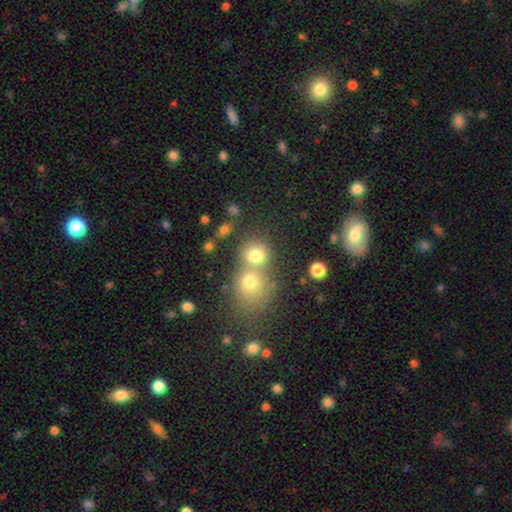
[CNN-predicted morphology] This is likely a smooth galaxy (75%). How rounded: likely round (78%). Merging: possibly merger (49%).